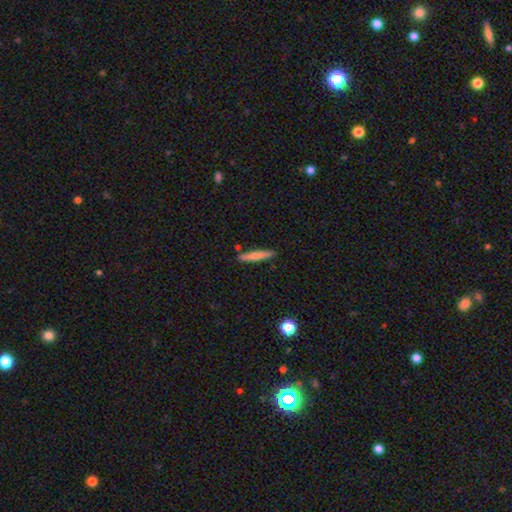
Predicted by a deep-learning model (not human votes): A smooth galaxy with no disk features (75%) that is cigar-shaped (93%). Merging: none (85%).